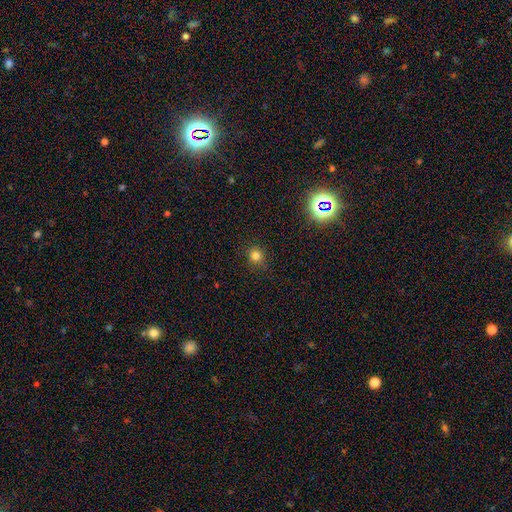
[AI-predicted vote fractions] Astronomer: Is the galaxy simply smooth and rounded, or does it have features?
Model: smooth — 78%.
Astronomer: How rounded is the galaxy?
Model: round — 90%.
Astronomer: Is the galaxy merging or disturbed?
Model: none — 87%.